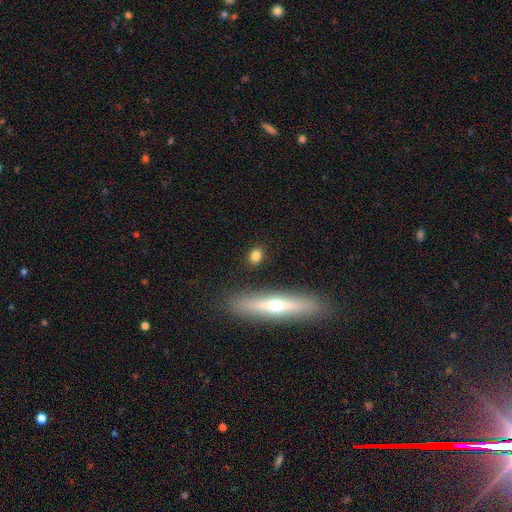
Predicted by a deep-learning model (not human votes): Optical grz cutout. It shows a smooth galaxy with no disk features (76%) that is in between round and cigar-shaped (50%). Merging: none (84%).